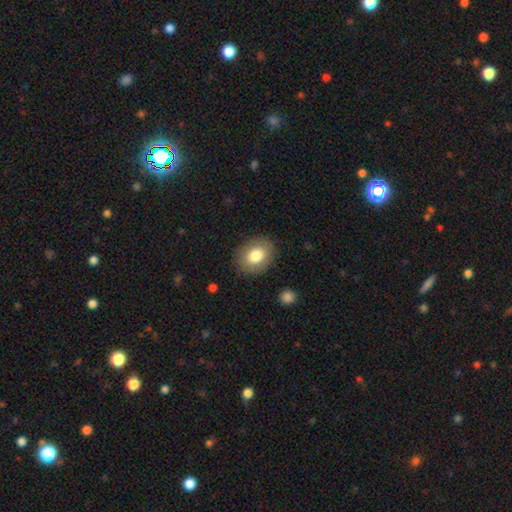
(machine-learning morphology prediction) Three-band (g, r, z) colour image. It shows a smooth galaxy with no disk features (79%) that is in between round and cigar-shaped (57%). Merging: none (87%).